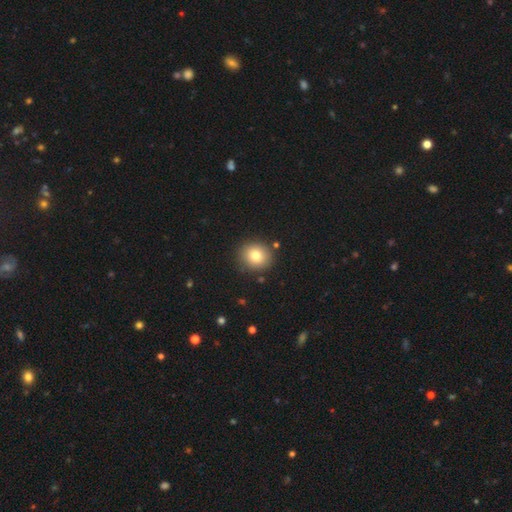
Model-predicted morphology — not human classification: This appears to be a smooth galaxy with no disk features (79%) that is round (81%). Merging: none (87%).